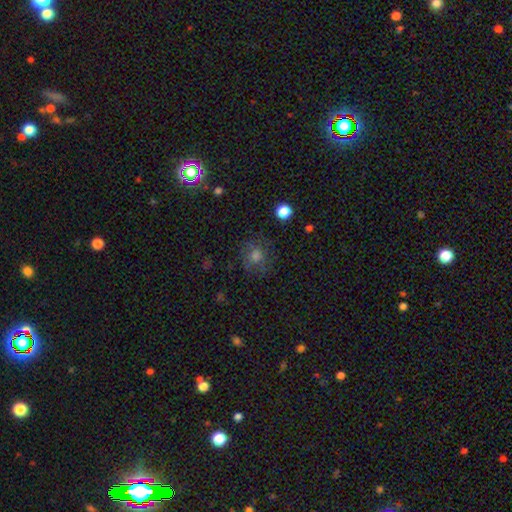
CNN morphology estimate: Smooth or featured: smooth — 58% (star or artifact — 25%)
How rounded: round — 83% (in between — 16%)
Merging: none — 78% (minor disturbance — 14%)